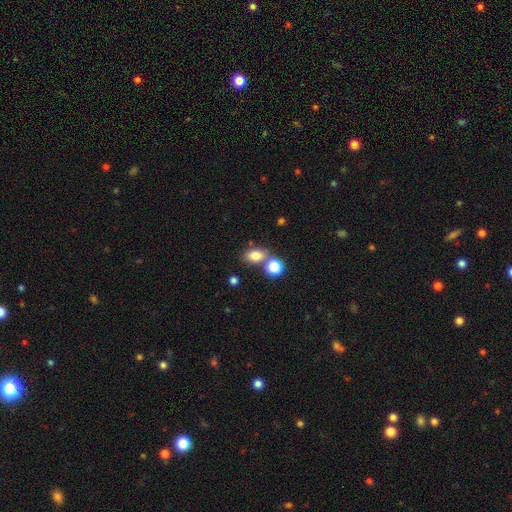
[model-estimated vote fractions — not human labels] Smooth or featured?
  - smooth: 80% *
  - star or artifact: 12%
  - featured or disk: 8%
How rounded?
  - in between: 74% *
  - round: 24%
  - cigar-shaped: 2%
Merging?
  - none: 58% *
  - merger: 26%
  - minor disturbance: 12%
  - major disturbance: 4%